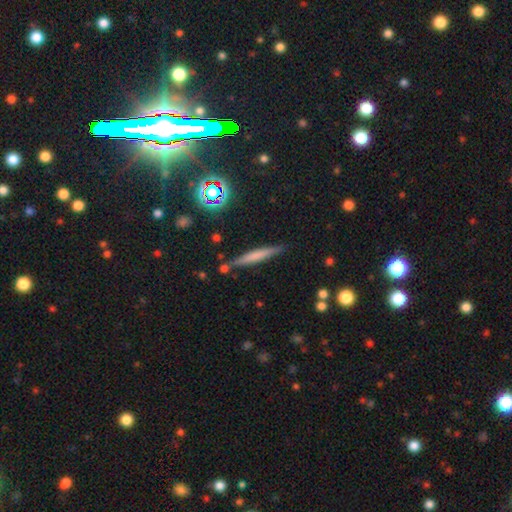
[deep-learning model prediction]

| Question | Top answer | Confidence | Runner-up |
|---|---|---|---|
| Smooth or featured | smooth | 56% | featured or disk (34%) |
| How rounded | cigar-shaped | 93% | in between (5%) |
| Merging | none | 82% | minor disturbance (12%) |